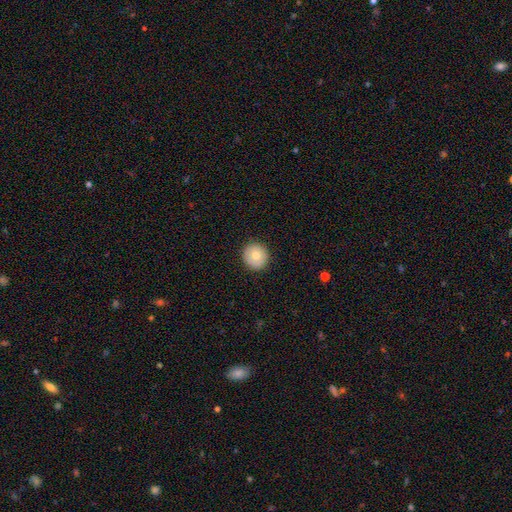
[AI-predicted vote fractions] The model was most divided on "smooth or featured": smooth: 75%, featured or disk: 16%, star or artifact: 8%. More confident: how rounded — round (95%); merging — none (92%).